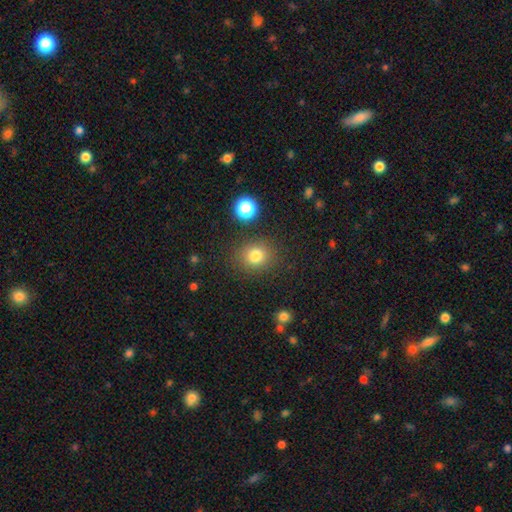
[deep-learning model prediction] The model was most divided on "how rounded": round: 76%, in between: 23%, cigar-shaped: 1%. More confident: merging — none (82%); smooth or featured — smooth (79%).